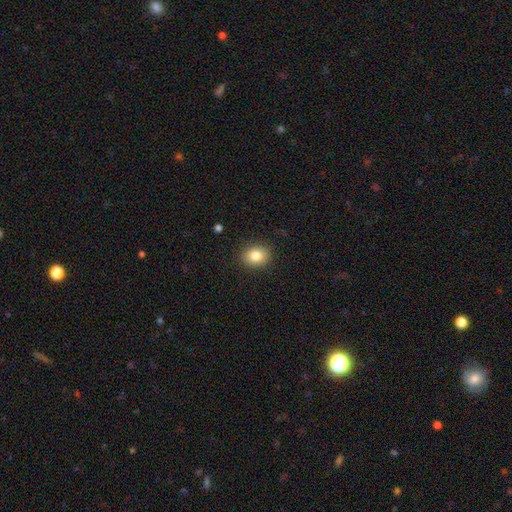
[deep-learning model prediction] This appears to be a smooth galaxy with no disk features (83%) that is round (54%). Merging: none (89%).